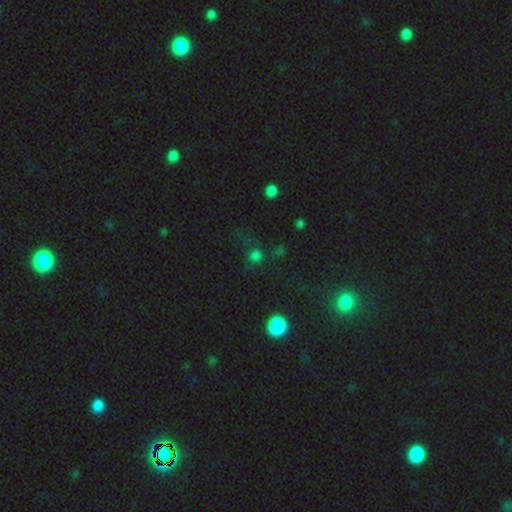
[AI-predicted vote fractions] The model was most divided on "smooth or featured": smooth: 58%, star or artifact: 33%, featured or disk: 9%. More confident: how rounded — round (86%); merging — none (62%).